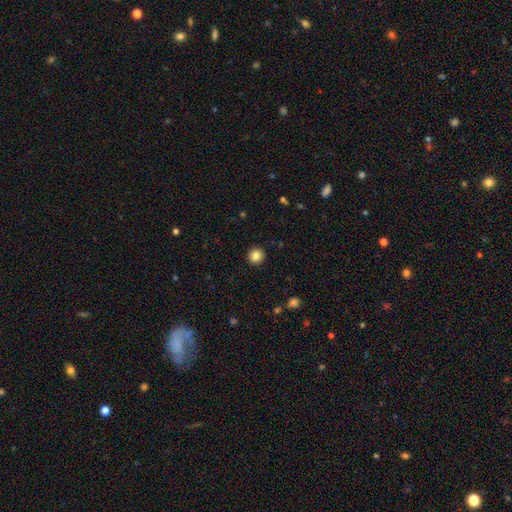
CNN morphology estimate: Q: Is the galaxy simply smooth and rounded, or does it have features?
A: smooth — 84%.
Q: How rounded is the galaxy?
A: round — 95%.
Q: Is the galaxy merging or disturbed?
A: none — 93%.